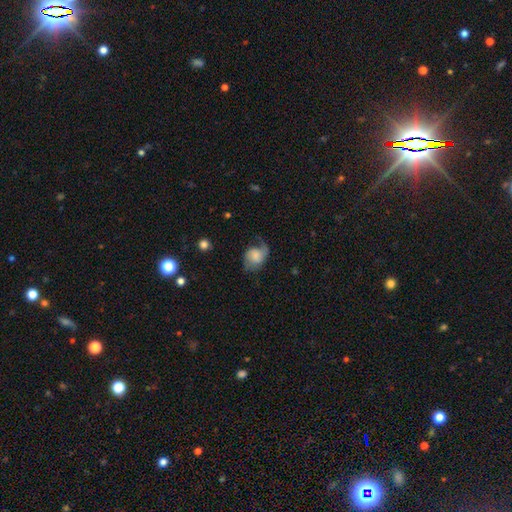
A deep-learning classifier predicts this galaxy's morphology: The model was most divided on "smooth or featured": featured or disk: 51%, smooth: 41%, star or artifact: 8%. Remaining: edge-on disk — no (97%); merging — none (47%).